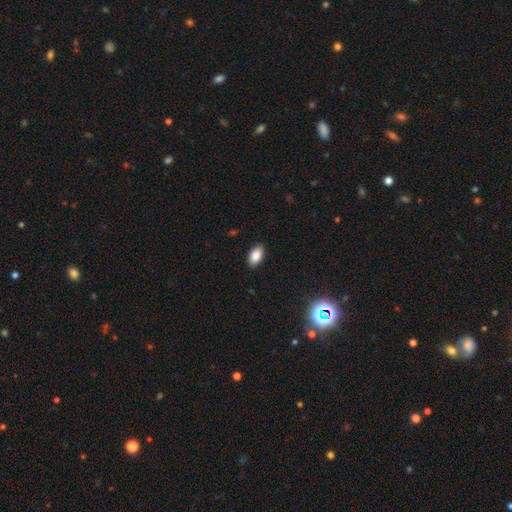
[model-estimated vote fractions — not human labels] Smooth or featured?
  - smooth: 84% *
  - star or artifact: 9%
  - featured or disk: 7%
How rounded?
  - in between: 93% *
  - round: 5%
  - cigar-shaped: 3%
Merging?
  - none: 88% *
  - minor disturbance: 9%
  - major disturbance: 2%
  - merger: 1%